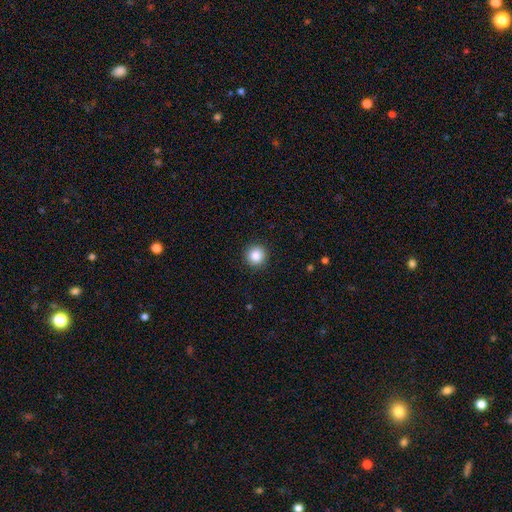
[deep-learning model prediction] Smooth or featured? smooth (86%)
How rounded? round (95%)
Merging? none (92%)